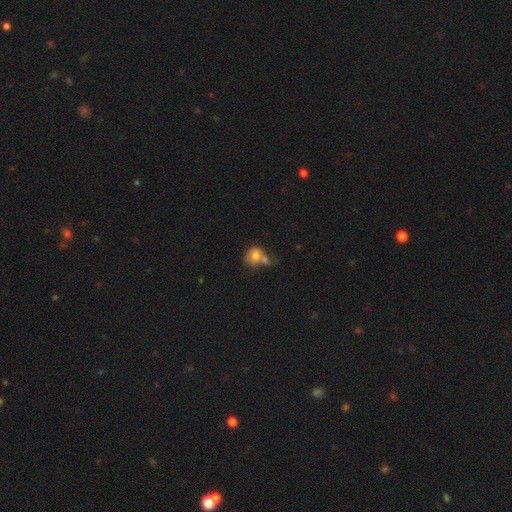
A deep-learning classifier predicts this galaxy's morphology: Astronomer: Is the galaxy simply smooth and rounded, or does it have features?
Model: smooth — 72%.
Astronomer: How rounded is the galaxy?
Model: round — 65%.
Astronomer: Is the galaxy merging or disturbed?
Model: merger — 50% (runner-up: none, 28%).